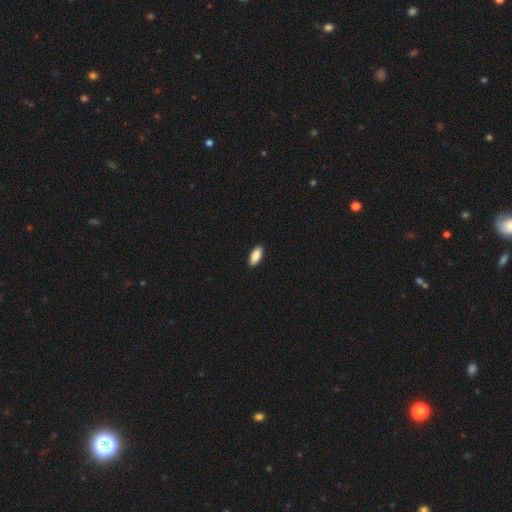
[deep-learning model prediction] Overall: smooth (90%). How rounded: in between (89%). Merging: none (91%).